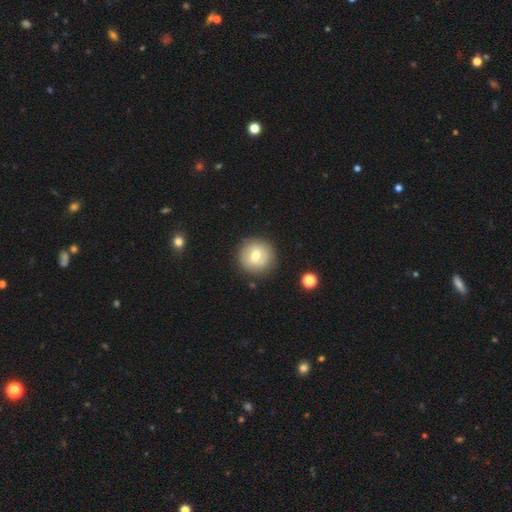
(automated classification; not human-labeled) A smooth galaxy with no disk features (61%) that is round (93%).

Vote fractions:
- Smooth or featured? smooth: 61% / featured or disk: 31% / star or artifact: 8%
- How rounded? round: 93% / in between: 6% / cigar-shaped: 1%
- Merging? none: 86% / minor disturbance: 9% / major disturbance: 3% / merger: 2%